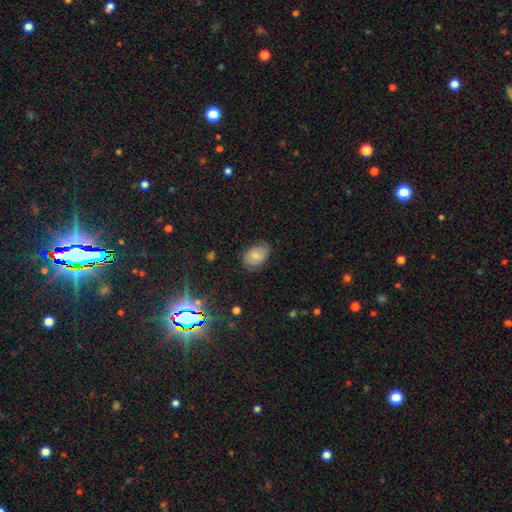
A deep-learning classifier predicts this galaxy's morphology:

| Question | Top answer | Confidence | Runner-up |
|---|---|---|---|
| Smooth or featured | smooth | 71% | featured or disk (20%) |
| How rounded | in between | 86% | round (13%) |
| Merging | none | 75% | minor disturbance (20%) |